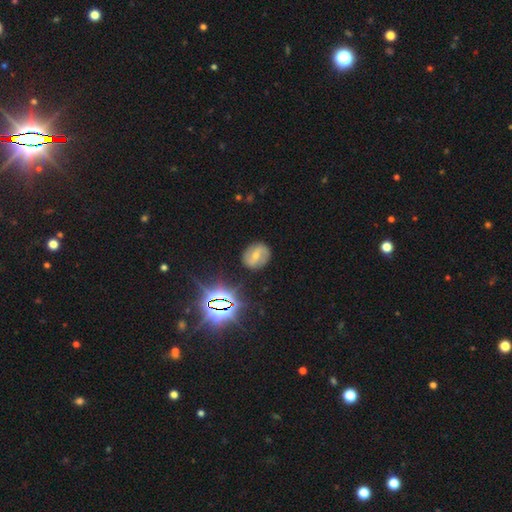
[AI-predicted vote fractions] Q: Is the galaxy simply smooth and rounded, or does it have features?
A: featured or disk — 54%.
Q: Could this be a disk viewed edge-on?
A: no — 95%.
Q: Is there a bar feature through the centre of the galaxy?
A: weak — 40%.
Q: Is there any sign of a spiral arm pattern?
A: yes — 70%.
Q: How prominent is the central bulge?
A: small — 58%.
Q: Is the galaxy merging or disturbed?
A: none — 83%.